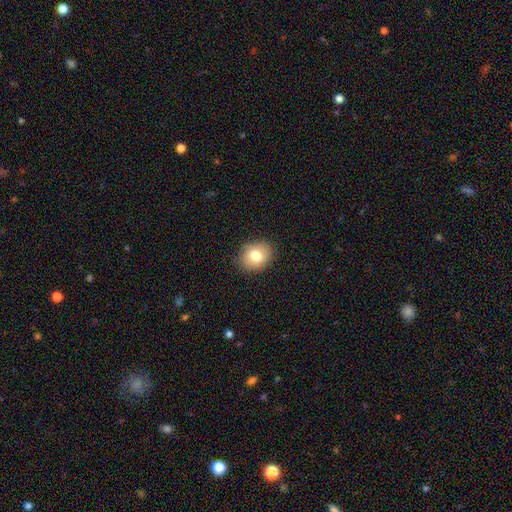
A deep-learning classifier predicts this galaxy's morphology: Q: Smooth or featured?
A: smooth (78%); runner-up: featured or disk (13%)
Q: How rounded?
A: round (60%); runner-up: in between (39%)
Q: Merging?
A: none (86%); runner-up: minor disturbance (10%)